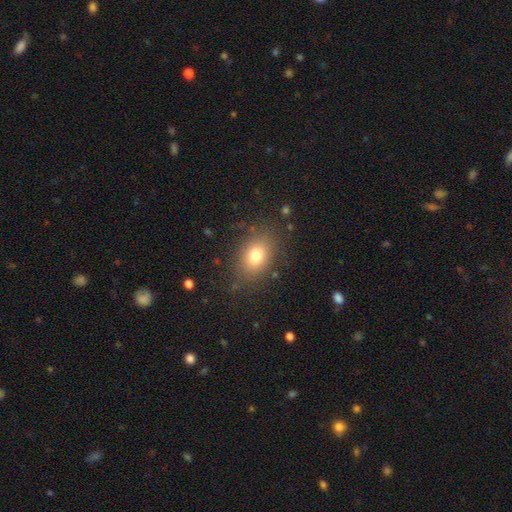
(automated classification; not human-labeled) Smooth or featured?
  - smooth: 76% *
  - star or artifact: 12%
  - featured or disk: 12%
How rounded?
  - in between: 69% *
  - round: 30%
  - cigar-shaped: 1%
Merging?
  - none: 82% *
  - minor disturbance: 12%
  - major disturbance: 5%
  - merger: 2%